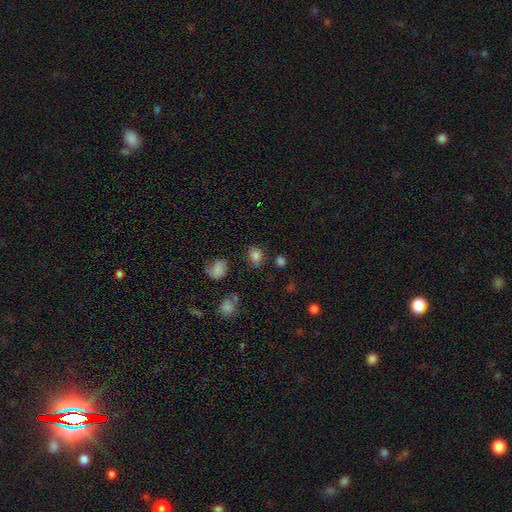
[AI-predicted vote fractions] Smooth or featured? Predicted: smooth (p=0.78). How rounded? Predicted: round (p=0.57). Merging? Predicted: none (p=0.76).